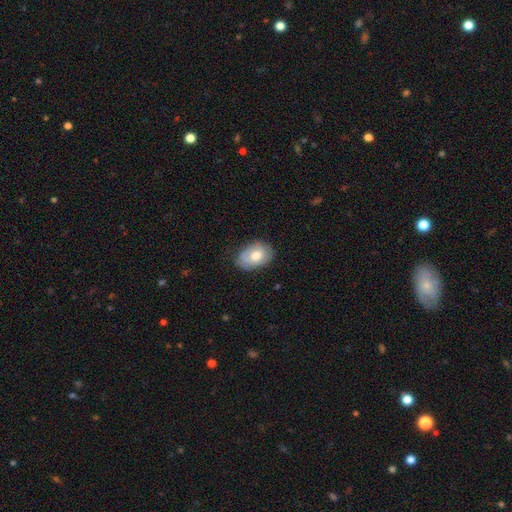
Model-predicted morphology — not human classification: Smooth or featured: smooth — 70% (featured or disk — 24%)
How rounded: in between — 81% (round — 18%)
Merging: none — 71% (minor disturbance — 23%)